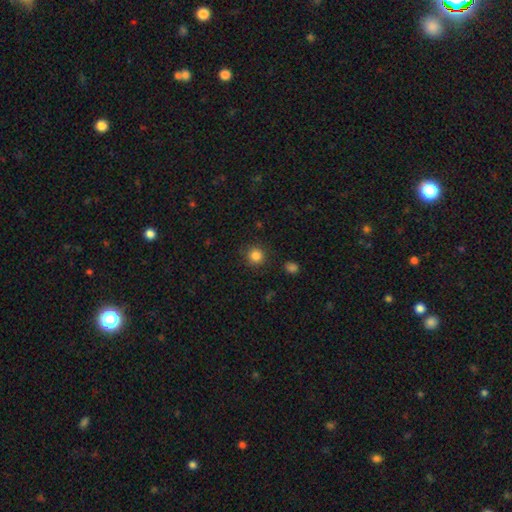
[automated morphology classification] smooth_or_featured: smooth (p=0.84) [alt: star or artifact p=0.11]
how_rounded: round (p=0.93) [alt: in between p=0.07]
merging: none (p=0.88) [alt: minor disturbance p=0.07]